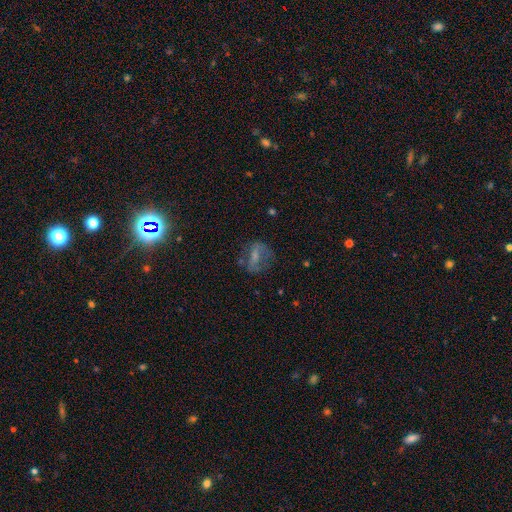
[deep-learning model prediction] Overall: featured or disk (43%, tied with smooth). Merging: none (50%; major disturbance 24%).